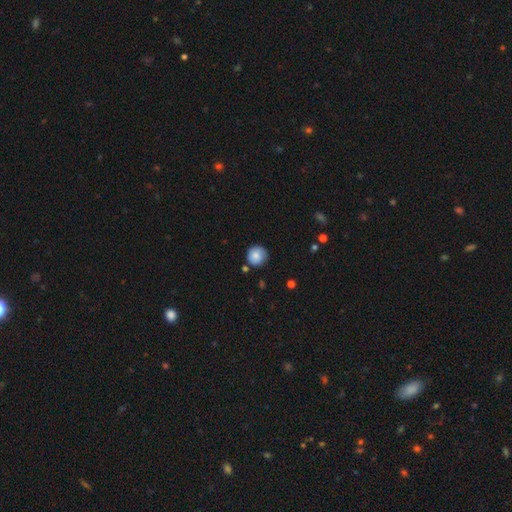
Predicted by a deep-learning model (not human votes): Overall: smooth (79%). How rounded: round (93%). Merging: none (77%).